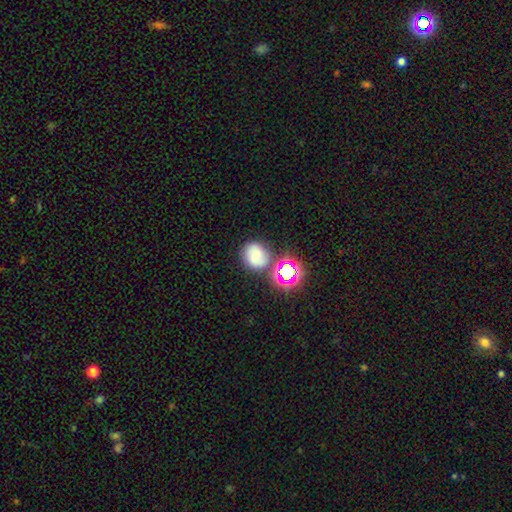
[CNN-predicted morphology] Smooth or featured? smooth (59%)
How rounded? round (77%)
Merging? none (63%)